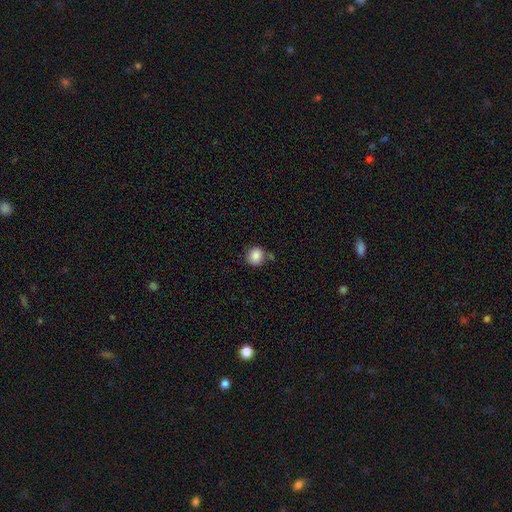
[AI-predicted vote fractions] smooth-or-featured: smooth: 86% | star or artifact: 9% | featured or disk: 5%
  how-rounded: round: 87% | in between: 12% | cigar-shaped: 1%
  merging: none: 74% | minor disturbance: 14% | merger: 9% | major disturbance: 4%